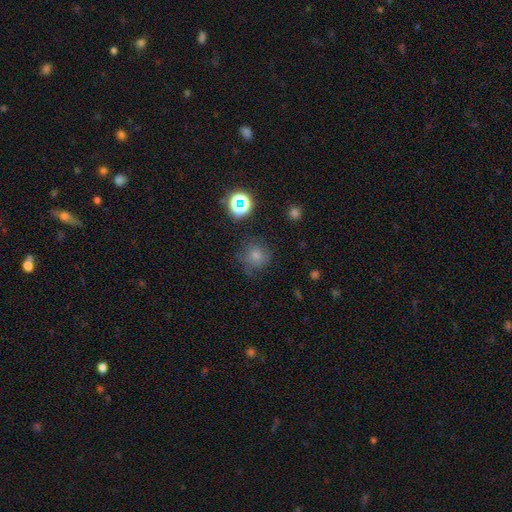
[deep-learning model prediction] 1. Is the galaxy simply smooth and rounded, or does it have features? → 71% smooth, 18% star or artifact, 11% featured or disk.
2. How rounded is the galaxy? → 91% round, 8% in between, 1% cigar-shaped.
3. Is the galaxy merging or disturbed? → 66% none, 21% minor disturbance, 10% major disturbance, 2% merger.